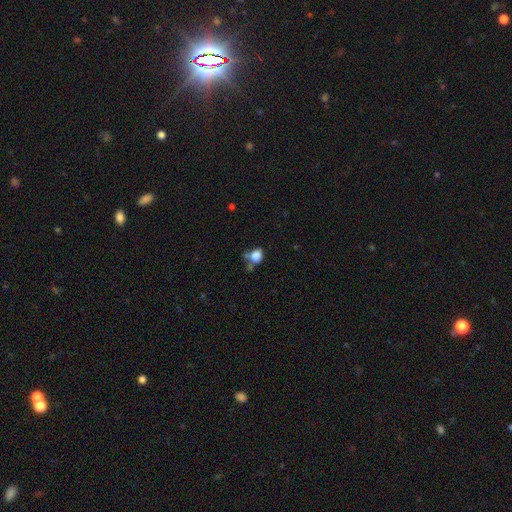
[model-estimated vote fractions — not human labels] Smooth or featured? Predicted: smooth (p=0.80). How rounded? Predicted: round (p=0.51). Merging? Predicted: none (p=0.41).